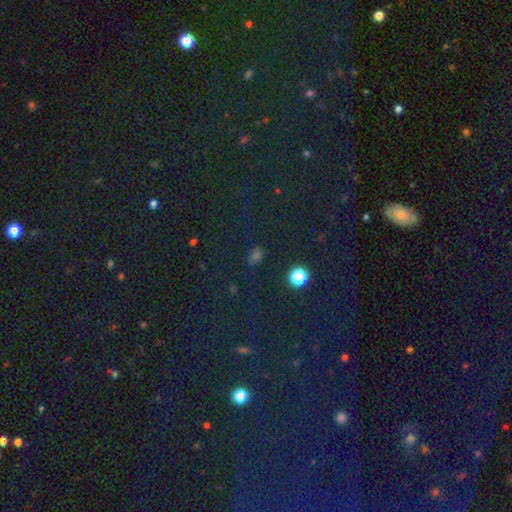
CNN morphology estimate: type=smooth (59%); roundness=in between (51%); merging=none (80%).